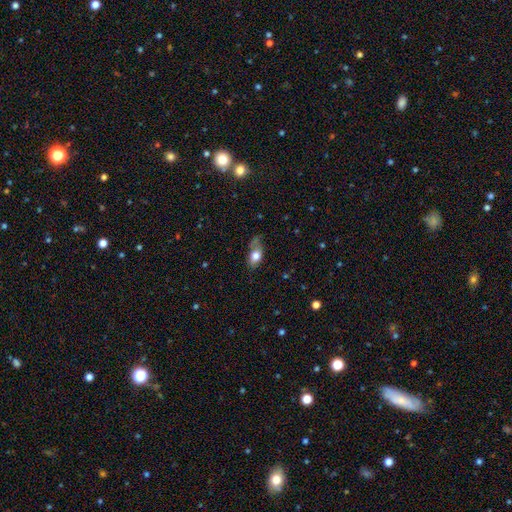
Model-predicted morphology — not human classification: smooth_or_featured: smooth (p=0.75) [alt: featured or disk p=0.17]
how_rounded: in between (p=0.85) [alt: round p=0.09]
merging: none (p=0.45) [alt: minor disturbance p=0.35]